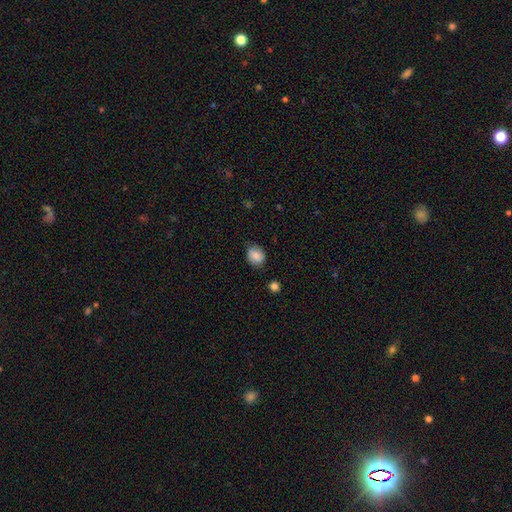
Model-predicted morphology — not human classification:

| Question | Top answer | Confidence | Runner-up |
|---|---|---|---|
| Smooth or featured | smooth | 84% | star or artifact (8%) |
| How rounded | round | 53% | in between (46%) |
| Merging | none | 77% | minor disturbance (18%) |